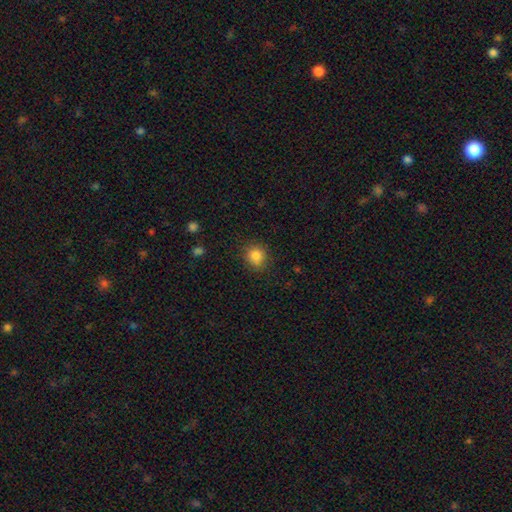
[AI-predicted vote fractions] A smooth galaxy with no disk features (84%) that is round (85%). Merging: none (85%).